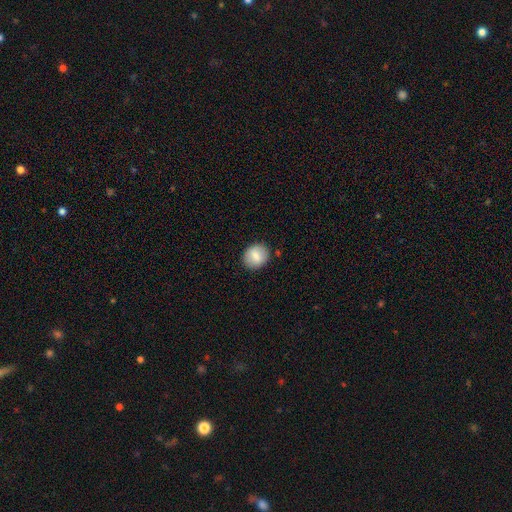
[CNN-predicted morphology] type=smooth (80%); roundness=round (74%); merging=none (86%).